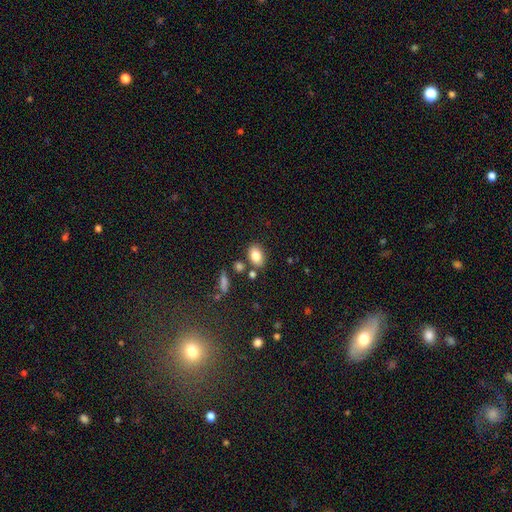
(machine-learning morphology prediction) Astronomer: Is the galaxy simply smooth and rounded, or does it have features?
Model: smooth — 82%.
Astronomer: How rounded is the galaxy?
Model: in between — 85%.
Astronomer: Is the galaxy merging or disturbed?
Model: none — 77%.